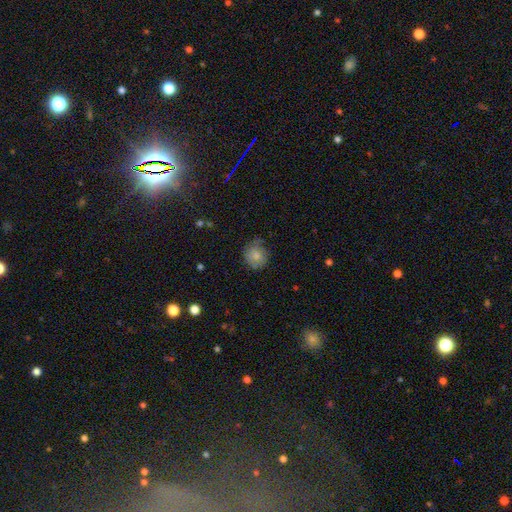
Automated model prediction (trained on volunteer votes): Smooth or featured: smooth — 74% (featured or disk — 18%)
How rounded: round — 81% (in between — 18%)
Merging: none — 62% (minor disturbance — 28%)